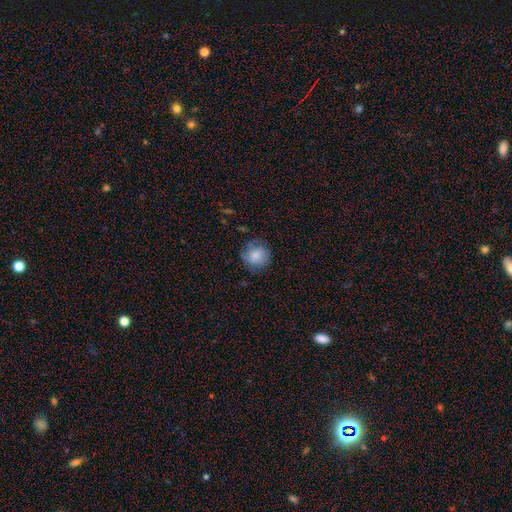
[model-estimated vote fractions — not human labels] Q: Smooth or featured?
A: smooth (70%); runner-up: featured or disk (21%)
Q: How rounded?
A: round (87%); runner-up: in between (12%)
Q: Merging?
A: none (70%); runner-up: minor disturbance (21%)